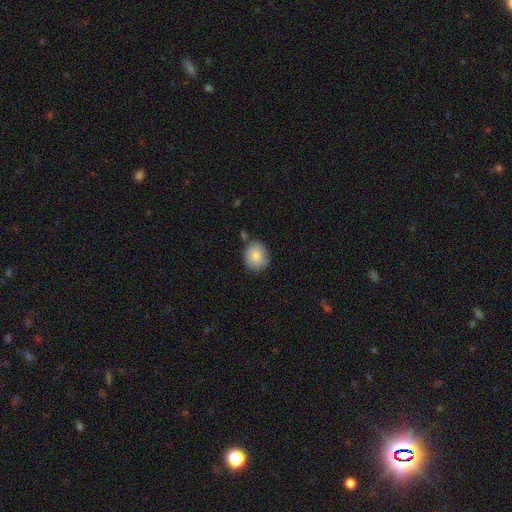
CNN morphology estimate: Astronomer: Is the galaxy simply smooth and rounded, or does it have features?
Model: smooth — 85%.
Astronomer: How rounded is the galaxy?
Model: round — 83%.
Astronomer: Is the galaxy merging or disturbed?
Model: none — 79%.